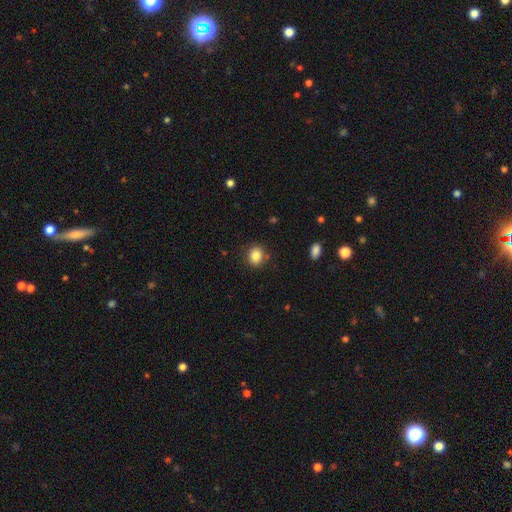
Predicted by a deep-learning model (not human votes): Morphology: type=smooth (83%); roundness=round (70%); merging=none (84%).